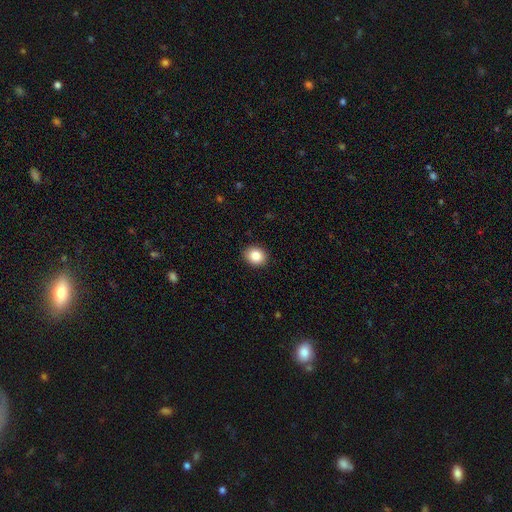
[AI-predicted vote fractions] Smooth or featured?
  - smooth: 85% *
  - star or artifact: 9%
  - featured or disk: 6%
How rounded?
  - round: 62% *
  - in between: 37%
  - cigar-shaped: 1%
Merging?
  - none: 91% *
  - minor disturbance: 7%
  - major disturbance: 2%
  - merger: 1%